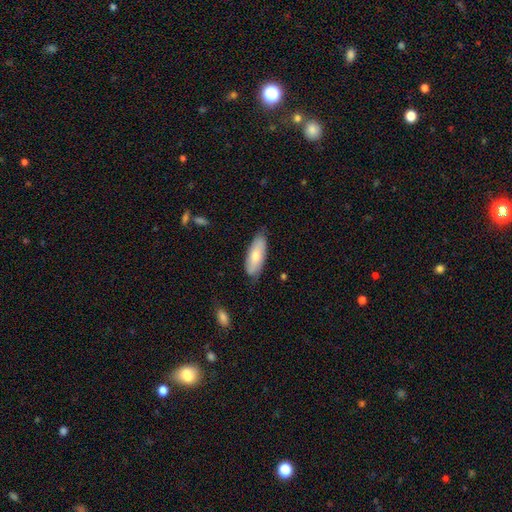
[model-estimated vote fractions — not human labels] This is likely a smooth galaxy (70%). How rounded: likely in between (75%). Merging: likely none (75%).